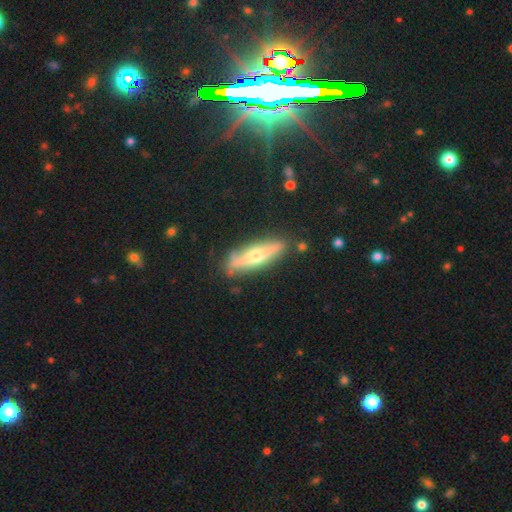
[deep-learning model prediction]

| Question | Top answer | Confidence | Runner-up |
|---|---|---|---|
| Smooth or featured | featured or disk | 59% | smooth (33%) |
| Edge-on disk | yes | 79% | no (21%) |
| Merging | none | 80% | minor disturbance (14%) |